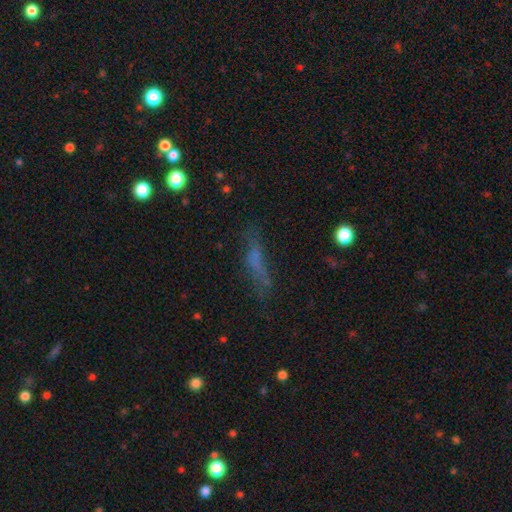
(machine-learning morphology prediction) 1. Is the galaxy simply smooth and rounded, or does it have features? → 51% smooth, 29% featured or disk, 20% star or artifact.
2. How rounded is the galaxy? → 71% cigar-shaped, 25% in between, 4% round.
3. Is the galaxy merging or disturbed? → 57% none, 23% minor disturbance, 16% major disturbance, 4% merger.